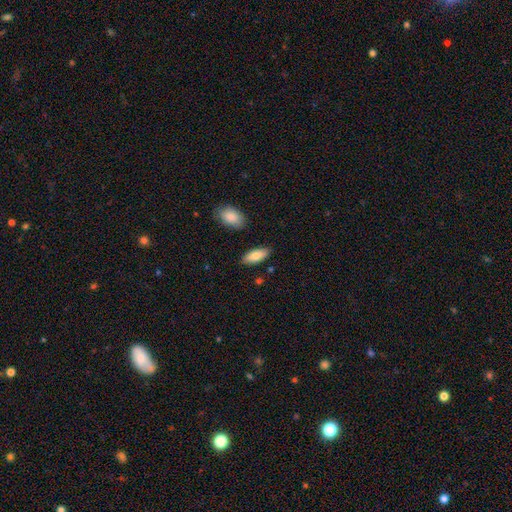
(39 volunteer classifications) A smooth galaxy with no disk features (77%) that is in between round and cigar-shaped (77%). Merging: none (81%).